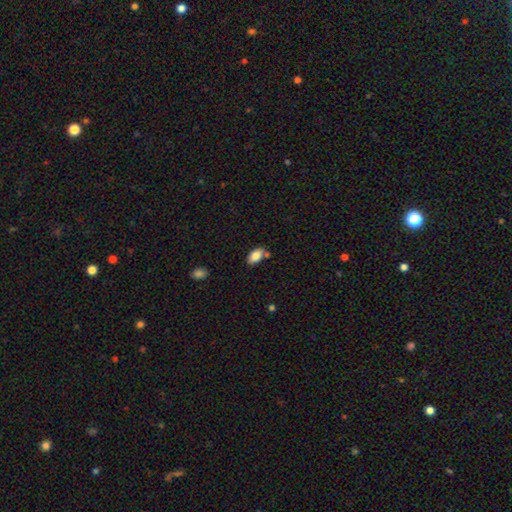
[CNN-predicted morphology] Smooth or featured? Predicted: smooth (p=0.84). How rounded? Predicted: in between (p=0.93). Merging? Predicted: none (p=0.68).